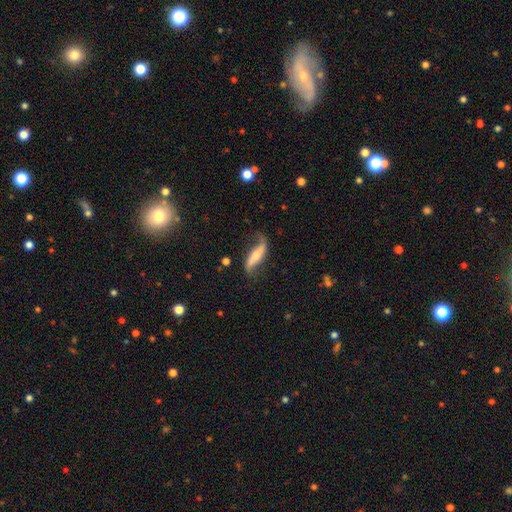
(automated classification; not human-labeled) Morphology: type=featured or disk (71%); edge-on=no (75%); bar=no (40%); spiral arms=yes (89%); bulge=small (45%); merging=none (60%).